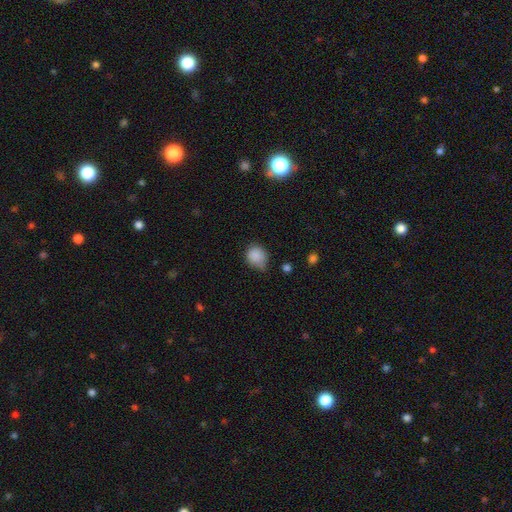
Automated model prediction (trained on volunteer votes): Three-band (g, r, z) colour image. It shows a smooth galaxy with no disk features (85%) that is round (67%). Merging: none (46%).